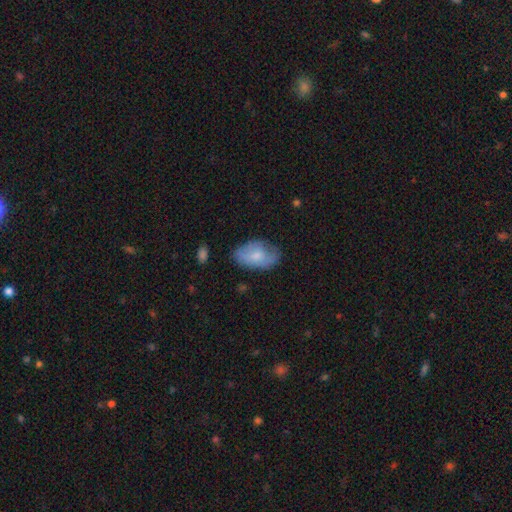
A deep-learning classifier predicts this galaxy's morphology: Q: Smooth or featured?
A: smooth (65%); runner-up: featured or disk (28%)
Q: How rounded?
A: in between (91%); runner-up: round (7%)
Q: Merging?
A: none (64%); runner-up: minor disturbance (26%)